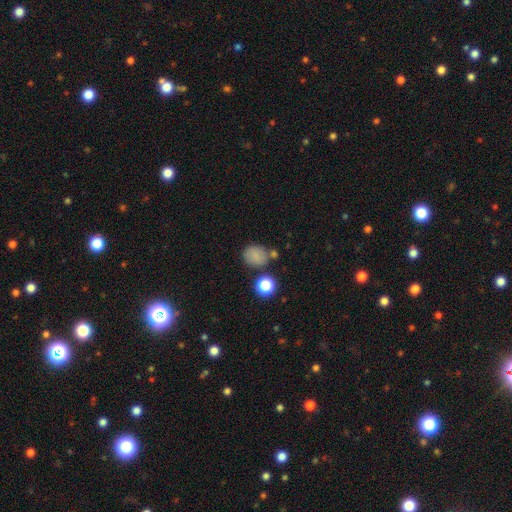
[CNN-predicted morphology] type=smooth (78%); roundness=round (59%); merging=none (66%).